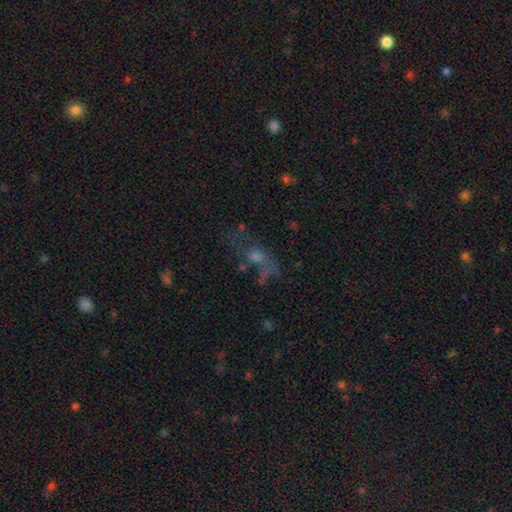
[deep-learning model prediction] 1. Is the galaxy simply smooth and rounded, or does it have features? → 36% featured or disk, 35% smooth, 29% star or artifact.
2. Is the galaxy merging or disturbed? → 42% none, 27% major disturbance, 17% minor disturbance, 14% merger.